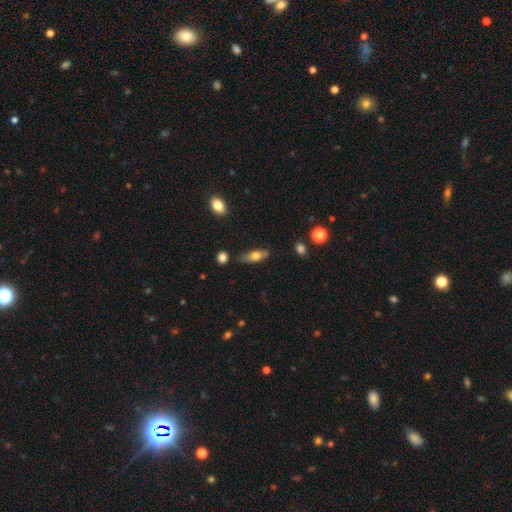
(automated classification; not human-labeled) smooth-or-featured: smooth: 67% | featured or disk: 26% | star or artifact: 7%
  how-rounded: in between: 62% | cigar-shaped: 34% | round: 3%
  merging: none: 76% | minor disturbance: 17% | major disturbance: 4% | merger: 3%